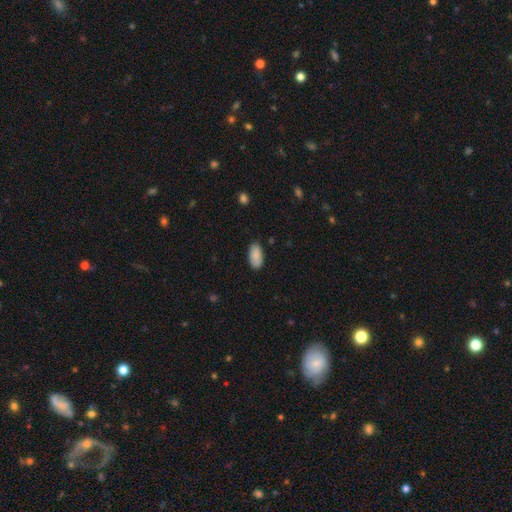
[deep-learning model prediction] This appears to be a smooth galaxy with no disk features (89%) that is in between round and cigar-shaped (94%). Merging: none (85%).